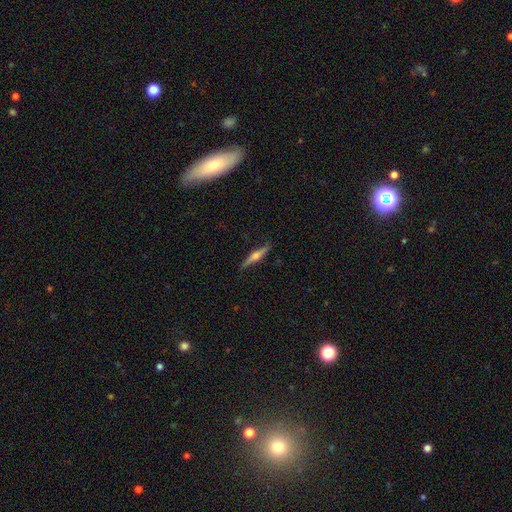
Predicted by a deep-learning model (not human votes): Smooth or featured? Predicted: featured or disk (p=0.69). Edge-on disk? Predicted: yes (p=0.97). Edge-on bulge? Predicted: rounded (p=0.89). Merging? Predicted: none (p=0.86).